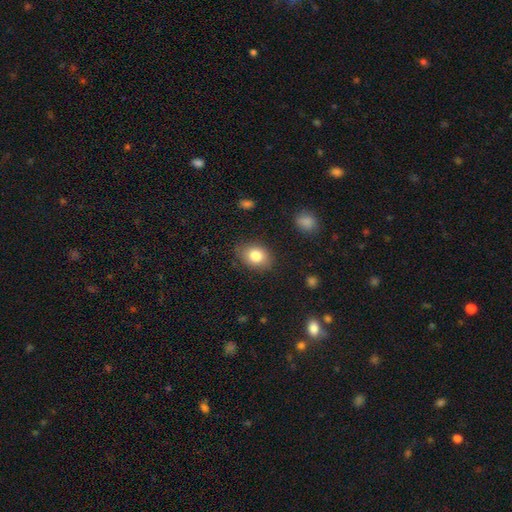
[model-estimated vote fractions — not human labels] Smooth or featured? smooth (81%)
How rounded? in between (68%)
Merging? none (81%)